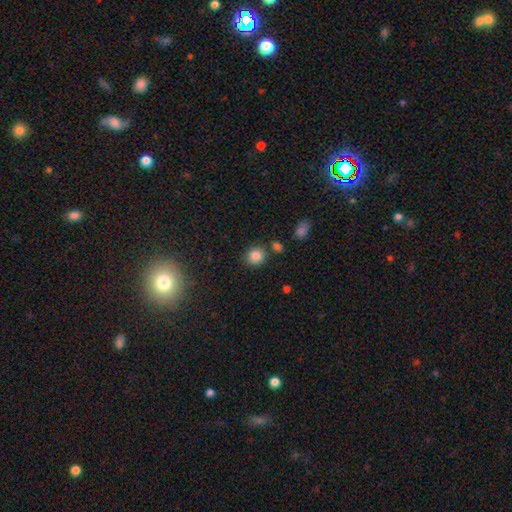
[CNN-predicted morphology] smooth-or-featured: smooth: 85% | star or artifact: 11% | featured or disk: 5%
  how-rounded: round: 86% | in between: 13% | cigar-shaped: 1%
  merging: none: 80% | minor disturbance: 10% | merger: 8% | major disturbance: 3%